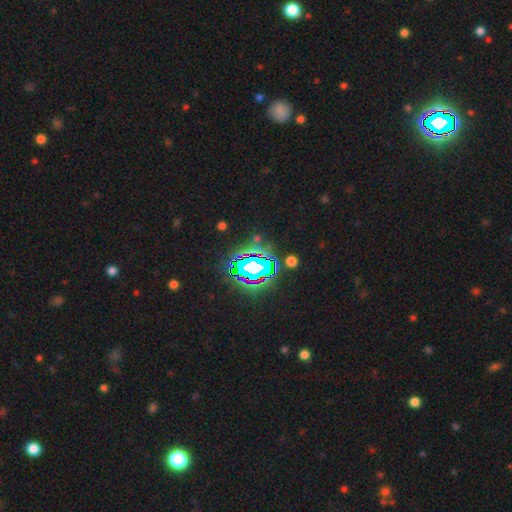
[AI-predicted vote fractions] Overall: star or artifact (83%).